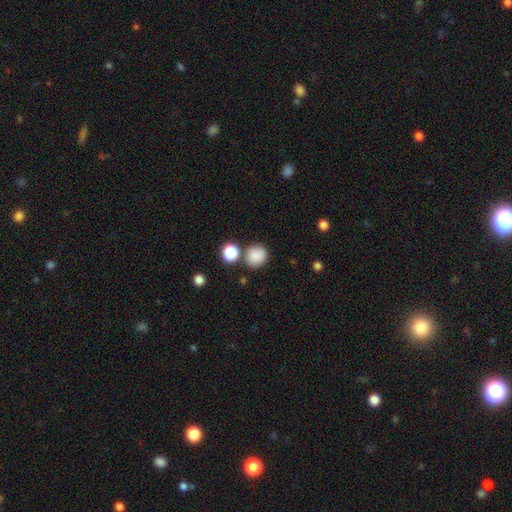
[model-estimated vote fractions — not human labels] This is clearly a smooth galaxy (86%). How rounded: clearly round (81%). Merging: likely none (74%).